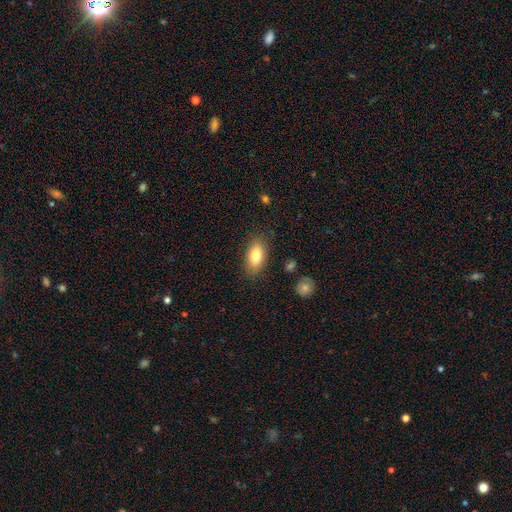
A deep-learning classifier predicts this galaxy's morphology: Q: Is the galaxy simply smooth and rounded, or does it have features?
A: smooth — 78%.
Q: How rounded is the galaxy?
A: in between — 87%.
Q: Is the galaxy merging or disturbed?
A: none — 84%.